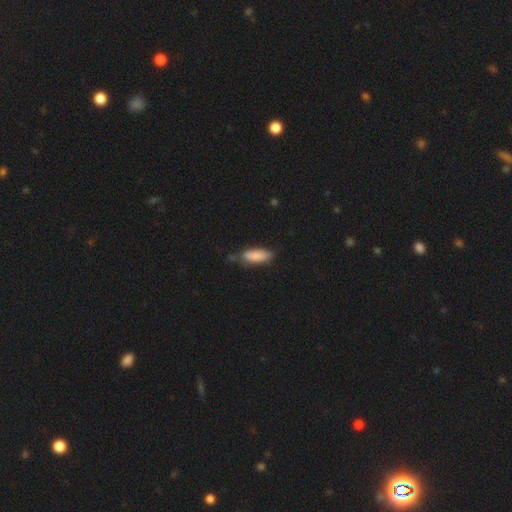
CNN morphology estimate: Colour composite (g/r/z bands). It shows a smooth galaxy with no disk features (86%) that is in between round and cigar-shaped (58%). Merging: none (66%).